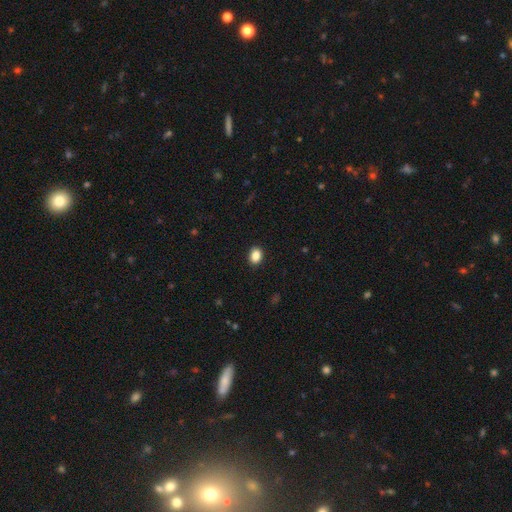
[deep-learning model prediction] This is clearly a smooth galaxy (87%). How rounded: likely in between (71%). Merging: clearly none (90%).